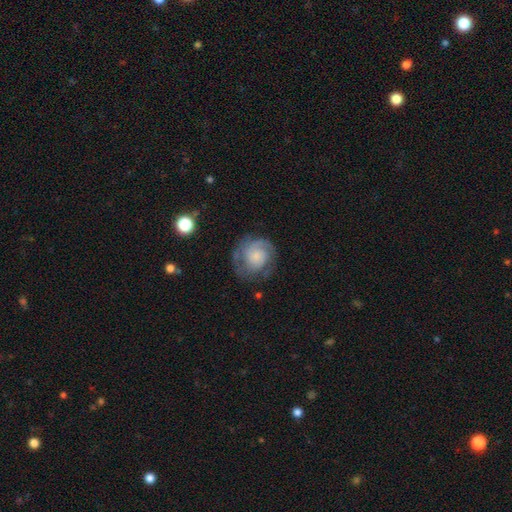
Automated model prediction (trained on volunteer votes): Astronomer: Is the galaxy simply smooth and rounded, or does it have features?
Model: featured or disk — 67%.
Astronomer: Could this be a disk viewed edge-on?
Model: no — 98%.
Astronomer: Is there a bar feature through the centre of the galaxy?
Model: no — 76%.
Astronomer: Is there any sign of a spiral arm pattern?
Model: yes — 88%.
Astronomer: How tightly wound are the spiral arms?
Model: tight — 56% (runner-up: medium, 32%).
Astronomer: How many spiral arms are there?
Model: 2 — 40% (runner-up: can't tell, 29%).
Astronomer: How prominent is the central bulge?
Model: small — 38% (runner-up: none, 23%).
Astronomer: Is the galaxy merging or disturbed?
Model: none — 62%.